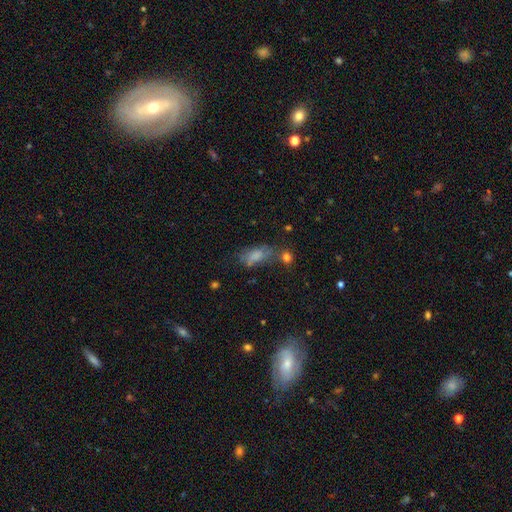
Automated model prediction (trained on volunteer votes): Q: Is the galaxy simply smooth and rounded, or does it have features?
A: smooth — 72%.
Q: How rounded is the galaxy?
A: in between — 84%.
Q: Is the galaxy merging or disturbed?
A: none — 39%.